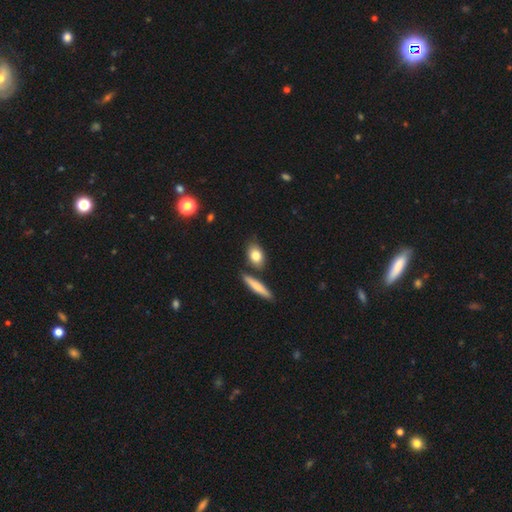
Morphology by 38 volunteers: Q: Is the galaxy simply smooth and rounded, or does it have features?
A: smooth — 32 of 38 (84%).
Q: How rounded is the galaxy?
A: in between — 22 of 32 (69%).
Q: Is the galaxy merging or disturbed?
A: none — 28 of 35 (80%).